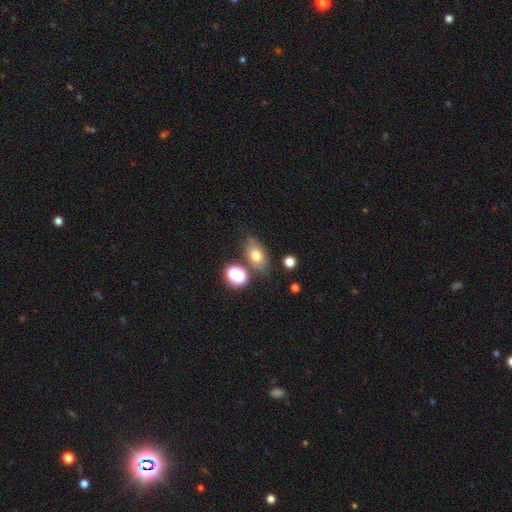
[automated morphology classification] Smooth or featured? smooth (69%)
How rounded? in between (78%)
Merging? none (68%)